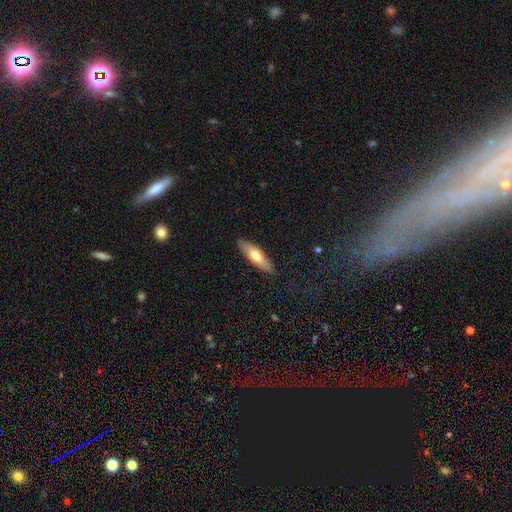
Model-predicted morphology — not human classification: A smooth galaxy with no disk features (61%) that is cigar-shaped (57%). Merging: none (88%).